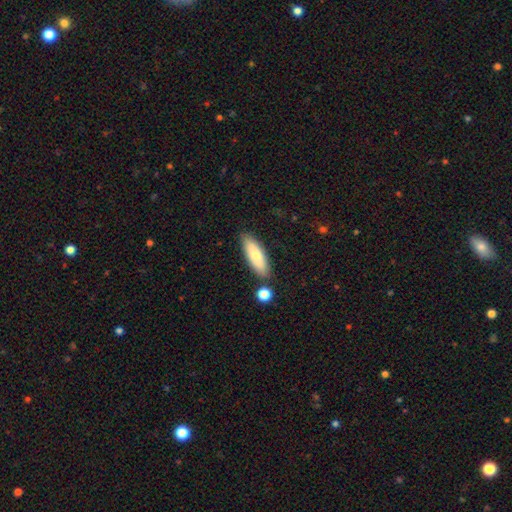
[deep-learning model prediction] The model was most divided on "how rounded": in between: 57%, cigar-shaped: 40%, round: 2%. More confident: merging — none (80%); smooth or featured — smooth (71%).